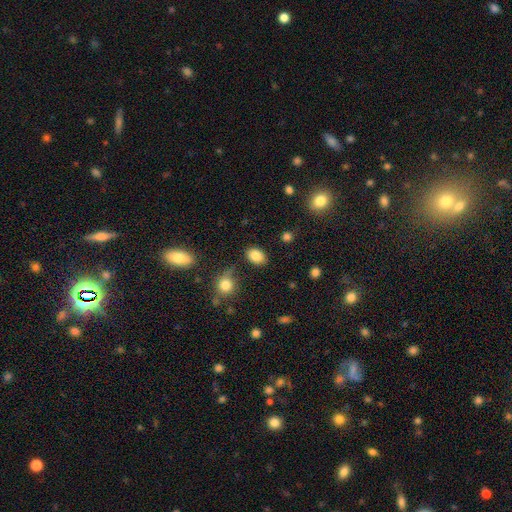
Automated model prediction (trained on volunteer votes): smooth_or_featured: smooth (p=0.85) [alt: star or artifact p=0.10]
how_rounded: in between (p=0.74) [alt: round p=0.25]
merging: none (p=0.81) [alt: minor disturbance p=0.12]